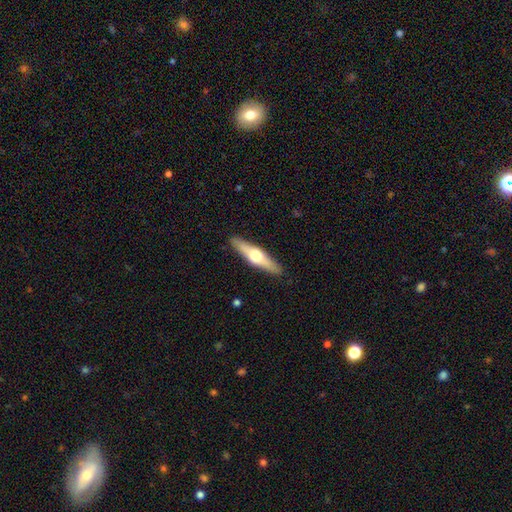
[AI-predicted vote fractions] This appears to be a featured or disk galaxy (58%) viewed edge-on (94%) with a rounded central bulge (94%). Merging: none (90%).